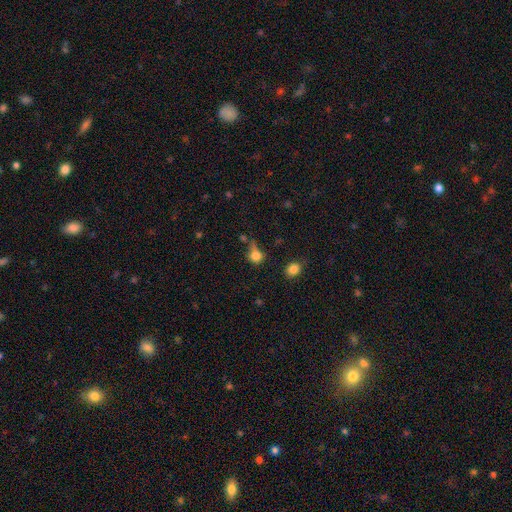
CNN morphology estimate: Smooth or featured? smooth (75%)
How rounded? round (73%)
Merging? none (42%)